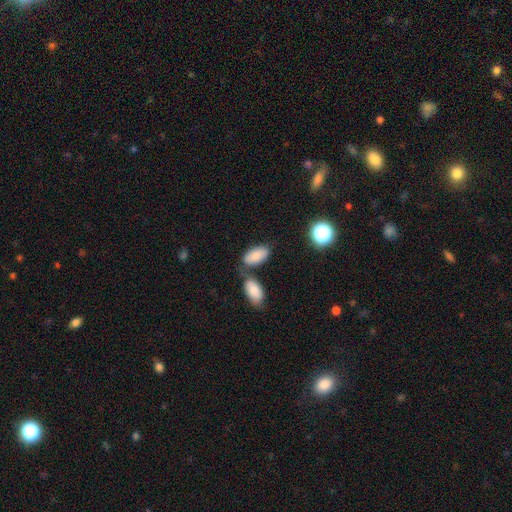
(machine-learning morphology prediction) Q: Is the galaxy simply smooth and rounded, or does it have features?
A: smooth — 85%.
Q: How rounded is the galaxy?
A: in between — 94%.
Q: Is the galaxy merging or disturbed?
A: none — 55%.